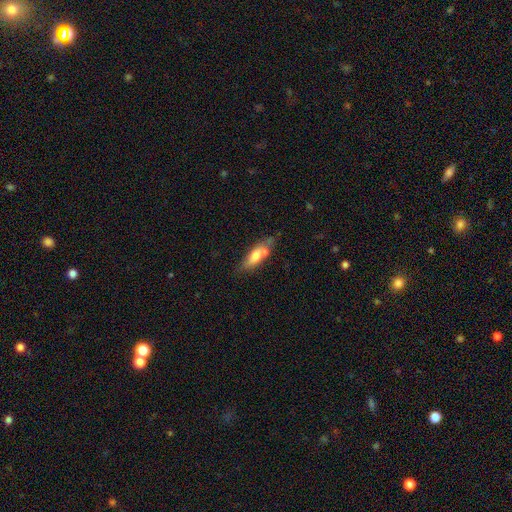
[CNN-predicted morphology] A smooth galaxy with no disk features (63%) that is in between round and cigar-shaped (55%). Merging: none (53%).